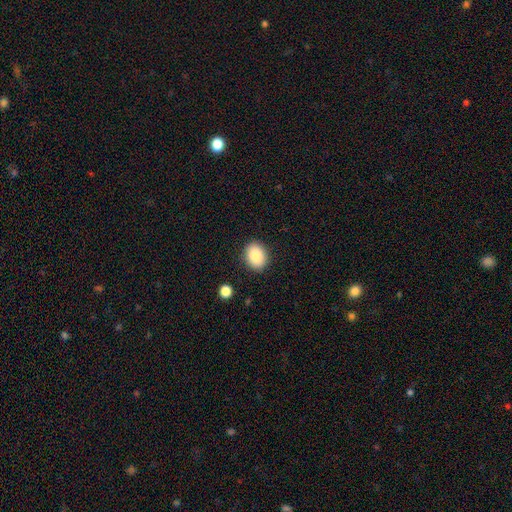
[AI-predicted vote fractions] Smooth or featured?
  - smooth: 86% *
  - star or artifact: 8%
  - featured or disk: 6%
How rounded?
  - in between: 57% *
  - round: 42%
  - cigar-shaped: 1%
Merging?
  - none: 89% *
  - minor disturbance: 8%
  - major disturbance: 2%
  - merger: 1%